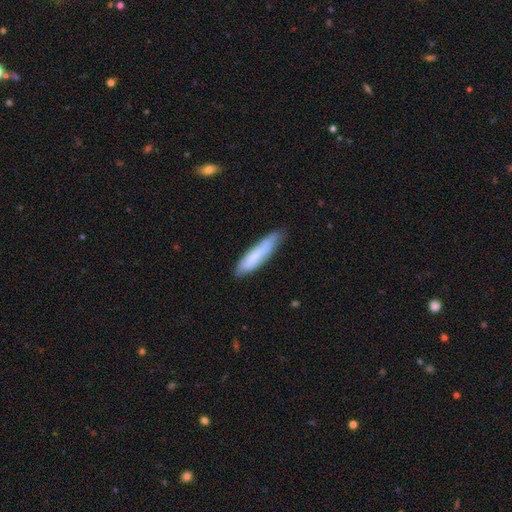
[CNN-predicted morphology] Smooth or featured? Predicted: smooth (p=0.74). How rounded? Predicted: cigar-shaped (p=0.82). Merging? Predicted: none (p=0.70).